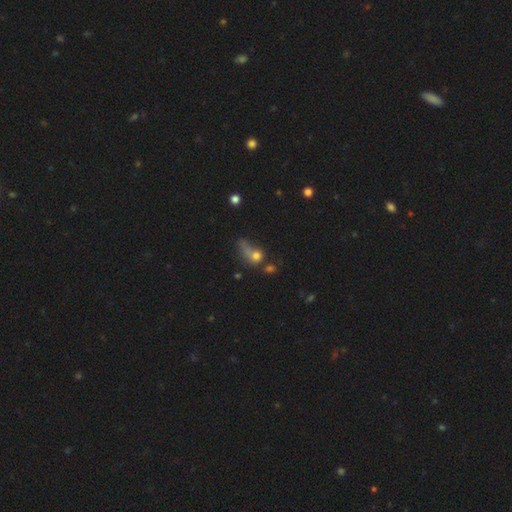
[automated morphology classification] type=smooth (67%); roundness=round (49%); merging=major disturbance (37%).